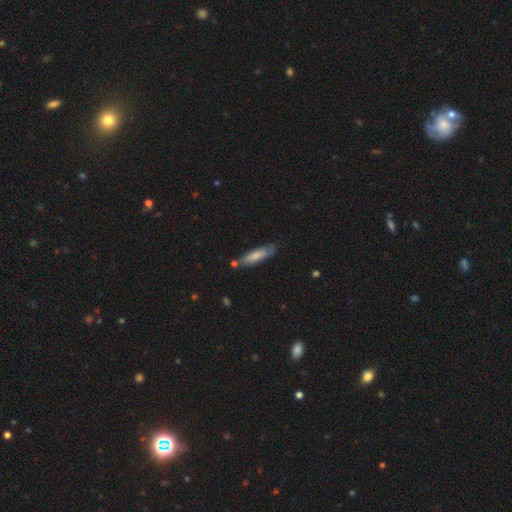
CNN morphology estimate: Q: Smooth or featured?
A: smooth (74%); runner-up: featured or disk (21%)
Q: How rounded?
A: cigar-shaped (72%); runner-up: in between (26%)
Q: Merging?
A: none (70%); runner-up: minor disturbance (20%)